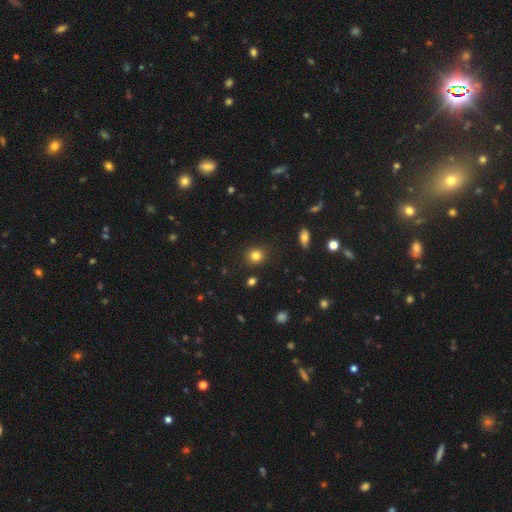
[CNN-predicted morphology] The model was most divided on "how rounded": round: 85%, in between: 14%, cigar-shaped: 1%. More confident: merging — none (89%); smooth or featured — smooth (83%).